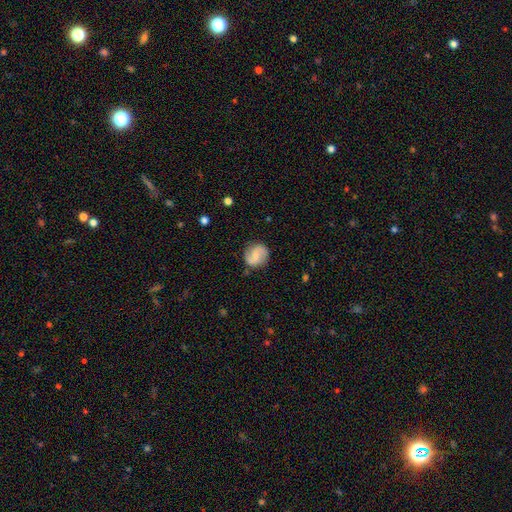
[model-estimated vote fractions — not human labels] Morphology: type=featured or disk (57%); edge-on=no (98%); bar=weak (46%); spiral arms=yes (91%); winding=medium (43%); arm count=2 (90%); bulge=small (50%); merging=none (82%).